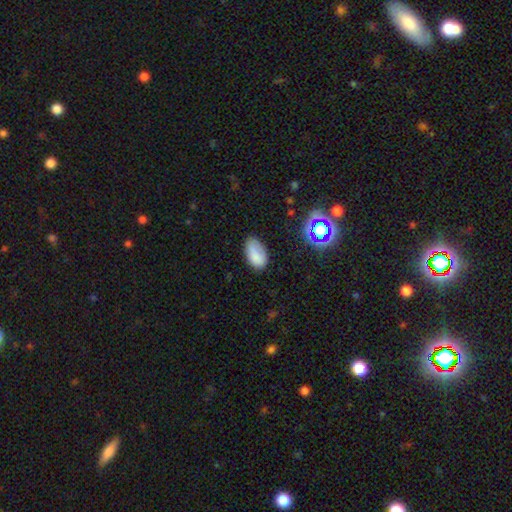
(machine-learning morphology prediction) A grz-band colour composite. It shows a smooth galaxy with no disk features (80%) that is in between round and cigar-shaped (93%). Merging: none (67%).